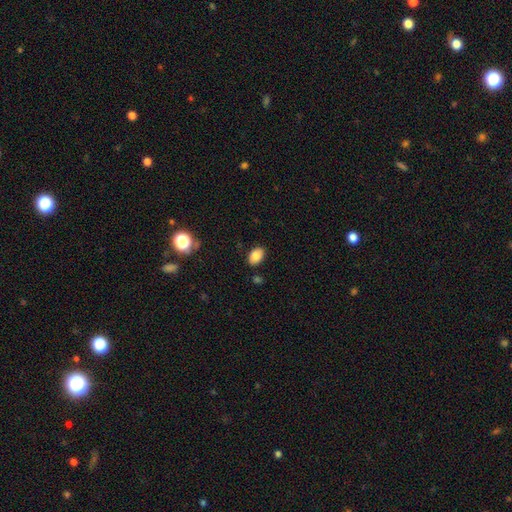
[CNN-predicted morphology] type=smooth (84%); roundness=in between (84%); merging=none (86%).